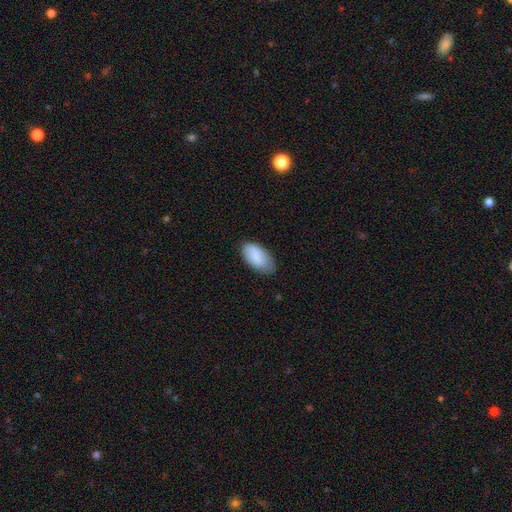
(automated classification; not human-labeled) Morphology: type=smooth (85%); roundness=in between (95%); merging=none (74%).